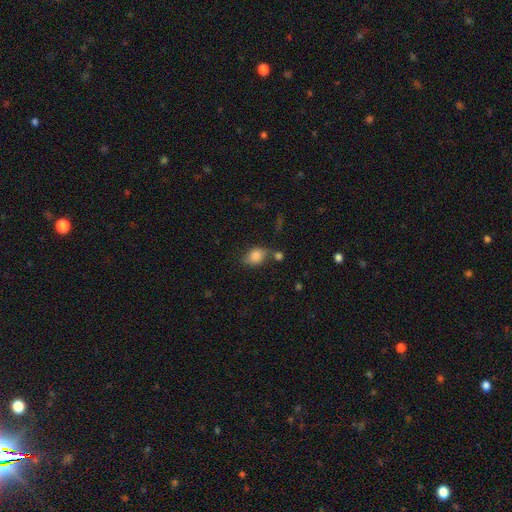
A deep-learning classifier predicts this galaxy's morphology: A smooth galaxy with no disk features (82%) that is in between round and cigar-shaped (74%).

Vote fractions:
- Smooth or featured? smooth: 82% / featured or disk: 9% / star or artifact: 9%
- How rounded? in between: 74% / round: 24% / cigar-shaped: 2%
- Merging? none: 54% / minor disturbance: 22% / merger: 16% / major disturbance: 8%